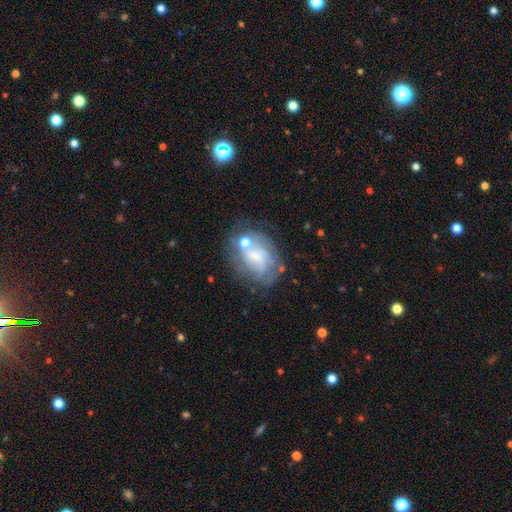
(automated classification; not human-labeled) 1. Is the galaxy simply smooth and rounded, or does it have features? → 59% featured or disk, 30% smooth, 11% star or artifact.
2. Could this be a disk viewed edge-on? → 97% no, 3% yes.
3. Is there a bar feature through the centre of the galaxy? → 63% no, 31% weak, 6% strong.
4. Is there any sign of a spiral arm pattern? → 67% yes, 33% no.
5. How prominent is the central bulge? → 56% small, 22% moderate, 17% none, 4% large, 2% dominant.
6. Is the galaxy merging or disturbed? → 50% none, 21% minor disturbance, 15% major disturbance, 13% merger.